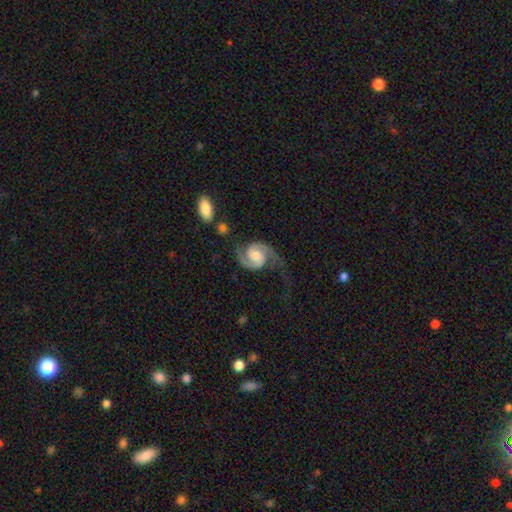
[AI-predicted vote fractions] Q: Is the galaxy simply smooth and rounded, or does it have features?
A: featured or disk — 92%.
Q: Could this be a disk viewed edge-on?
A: no — 98%.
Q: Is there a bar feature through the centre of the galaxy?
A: no — 54%.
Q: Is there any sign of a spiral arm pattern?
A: yes — 98%.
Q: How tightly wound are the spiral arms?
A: medium — 53%.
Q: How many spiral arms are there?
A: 2 — 93%.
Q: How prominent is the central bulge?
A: moderate — 66%.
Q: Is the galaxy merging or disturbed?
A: none — 62%.